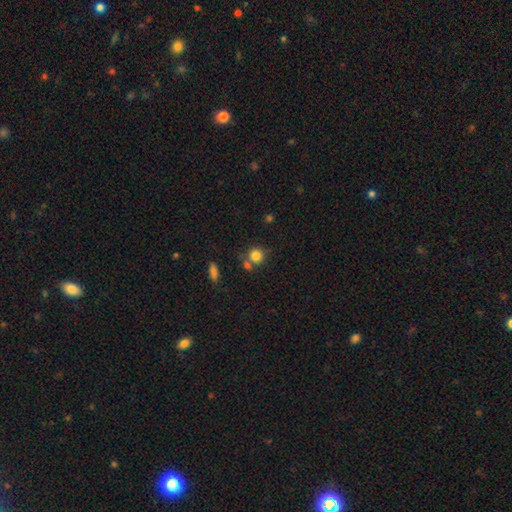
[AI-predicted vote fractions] smooth-or-featured: smooth: 82% | star or artifact: 11% | featured or disk: 7%
  how-rounded: round: 88% | in between: 11% | cigar-shaped: 1%
  merging: none: 60% | merger: 23% | minor disturbance: 12% | major disturbance: 4%